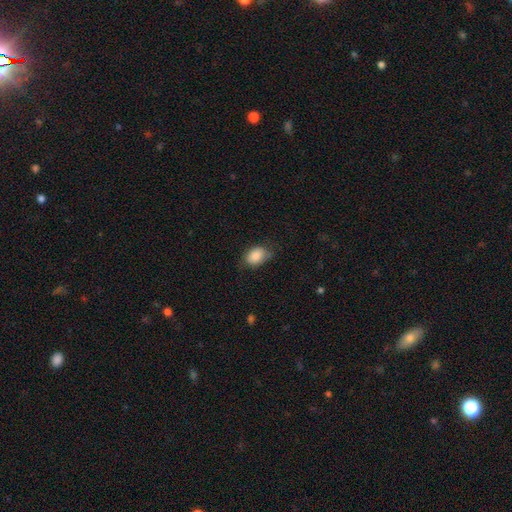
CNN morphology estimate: Smooth or featured: smooth — 85% (star or artifact — 8%)
How rounded: in between — 75% (round — 24%)
Merging: none — 62% (minor disturbance — 28%)